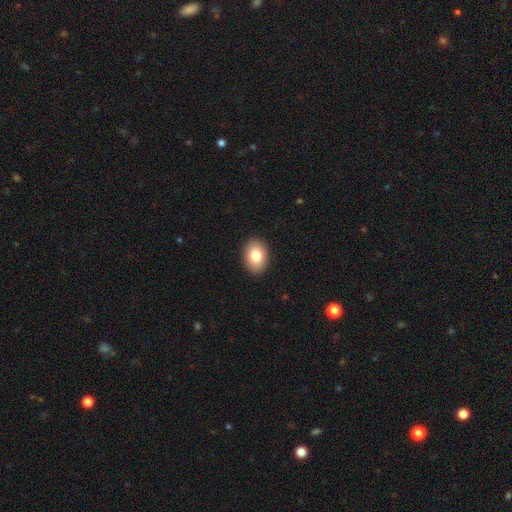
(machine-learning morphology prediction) Q: Smooth or featured?
A: smooth (81%); runner-up: featured or disk (11%)
Q: How rounded?
A: in between (75%); runner-up: round (24%)
Q: Merging?
A: none (91%); runner-up: minor disturbance (7%)